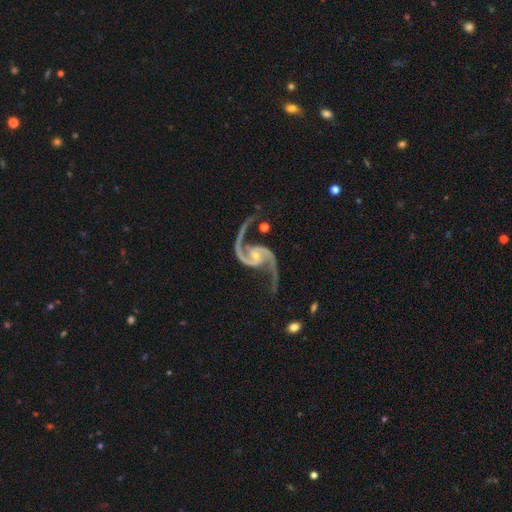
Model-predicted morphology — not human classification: A featured or disk galaxy (94%) with no bar (54%), 2 (94%) medium (47%) spiral arms (99%) and a small central bulge (72%).

Vote fractions:
- Smooth or featured? featured or disk: 94% / star or artifact: 4% / smooth: 2%
- Edge-on disk? no: 98% / yes: 2%
- Bar? no: 54% / weak: 31% / strong: 15%
- Spiral arms? yes: 99% / no: 1%
- Spiral winding? medium: 47% / loose: 44% / tight: 9%
- Spiral arm count? 2: 94% / 3: 1% / can't tell: 1% / 1: 1% / 4: 1% / more than 4: 1%
- Bulge size? small: 72% / moderate: 23% / none: 3% / large: 1% / dominant: 1%
- Merging? none: 68% / minor disturbance: 18% / major disturbance: 11% / merger: 4%